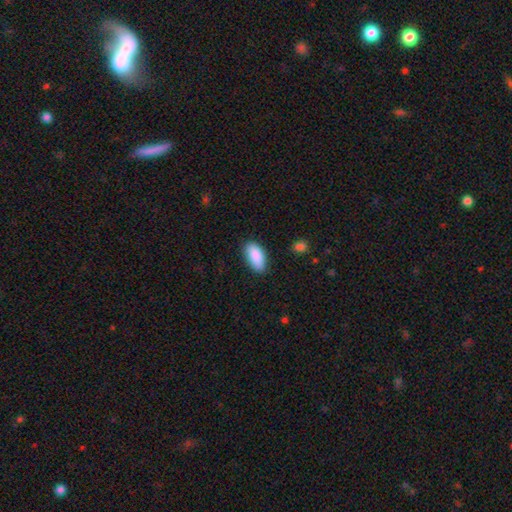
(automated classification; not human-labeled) The model was most divided on "merging": none: 80%, minor disturbance: 15%, major disturbance: 3%, merger: 1%. More confident: how rounded — in between (90%); smooth or featured — smooth (89%).